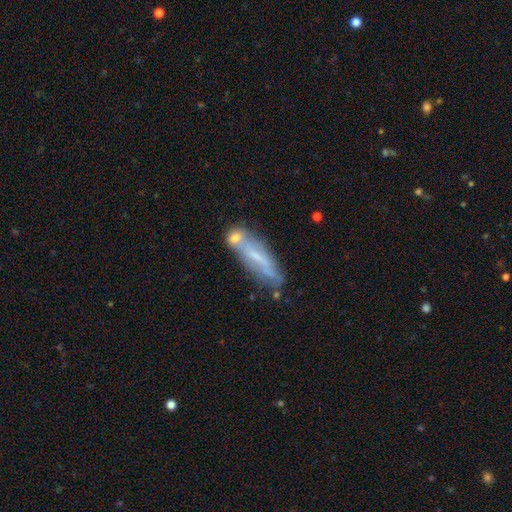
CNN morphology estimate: This appears to be a featured or disk galaxy (56%). Merging: none (48%).